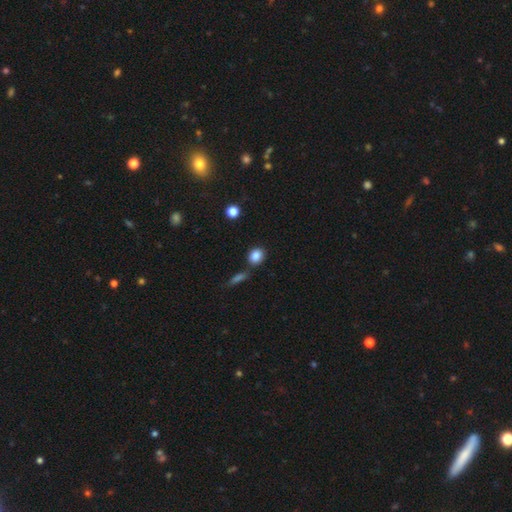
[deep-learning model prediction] Q: Smooth or featured?
A: smooth (86%); runner-up: star or artifact (9%)
Q: How rounded?
A: round (61%); runner-up: in between (37%)
Q: Merging?
A: none (75%); runner-up: minor disturbance (11%)